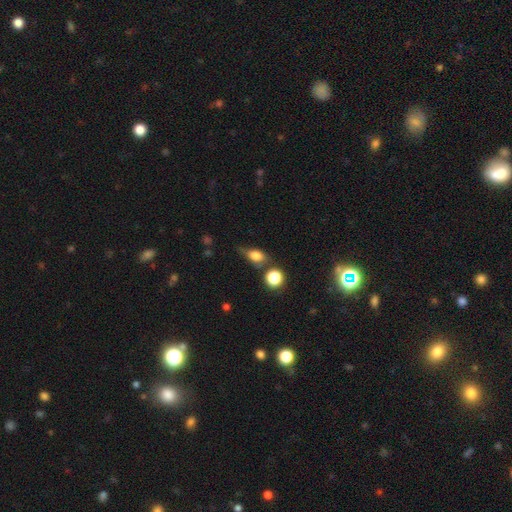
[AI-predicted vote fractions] A smooth galaxy with no disk features (73%) that is in between round and cigar-shaped (68%).

Vote fractions:
- Smooth or featured? smooth: 73% / featured or disk: 15% / star or artifact: 12%
- How rounded? in between: 68% / round: 26% / cigar-shaped: 6%
- Merging? none: 48% / minor disturbance: 29% / major disturbance: 12% / merger: 11%